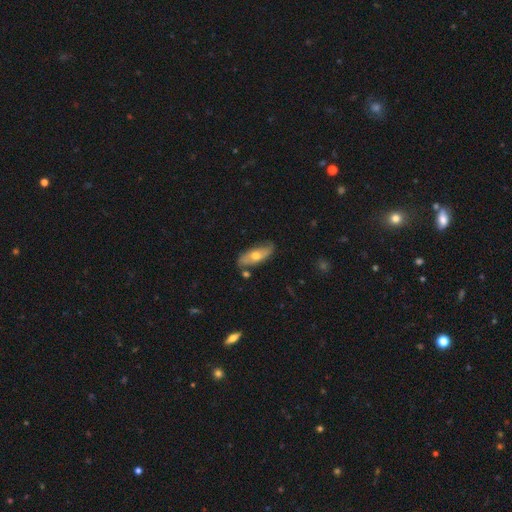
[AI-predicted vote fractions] Smooth or featured? Predicted: smooth (p=0.51). How rounded? Predicted: in between (p=0.73). Merging? Predicted: none (p=0.76).